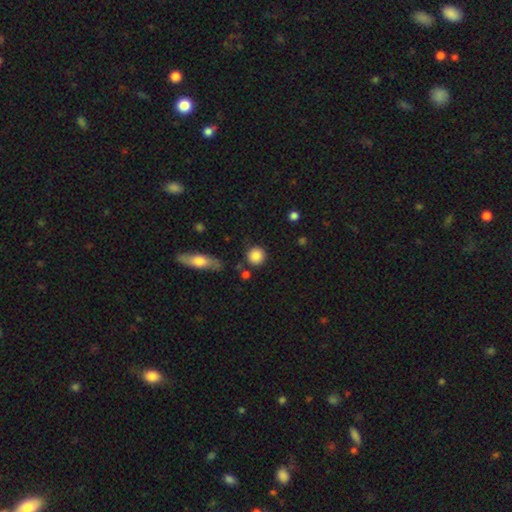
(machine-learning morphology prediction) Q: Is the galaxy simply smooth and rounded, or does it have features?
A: smooth — 85%.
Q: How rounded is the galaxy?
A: round — 92%.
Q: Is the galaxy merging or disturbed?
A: none — 83%.